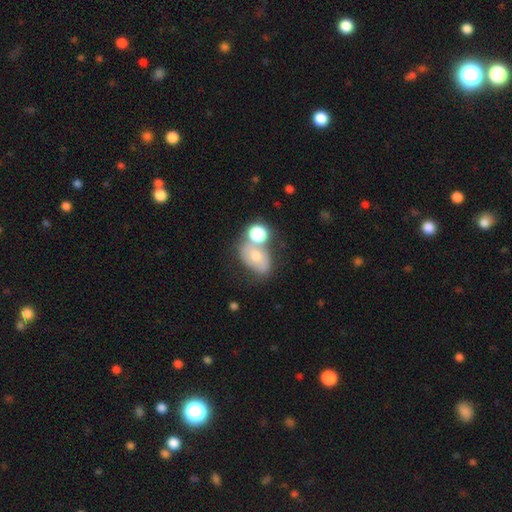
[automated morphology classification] A smooth galaxy with no disk features (57%) that is in between round and cigar-shaped (73%).

Vote fractions:
- Smooth or featured? smooth: 57% / featured or disk: 31% / star or artifact: 12%
- How rounded? in between: 73% / round: 25% / cigar-shaped: 2%
- Merging? none: 38% / merger: 33% / minor disturbance: 18% / major disturbance: 10%